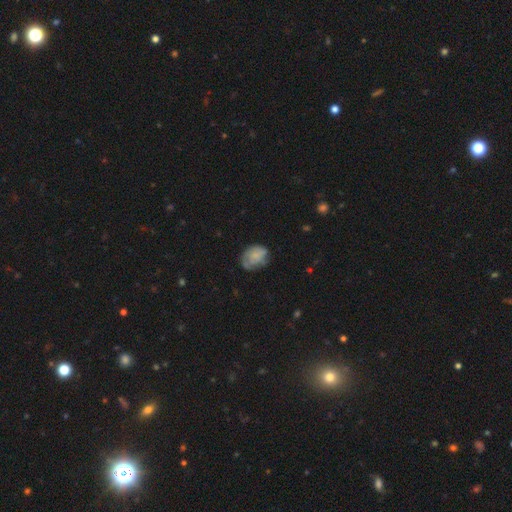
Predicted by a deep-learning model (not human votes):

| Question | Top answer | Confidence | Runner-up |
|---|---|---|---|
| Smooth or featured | smooth | 60% | featured or disk (32%) |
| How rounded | in between | 68% | round (31%) |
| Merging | none | 55% | minor disturbance (30%) |